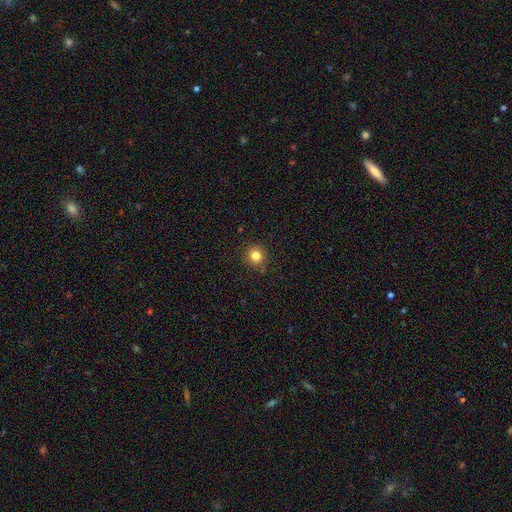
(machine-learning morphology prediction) Smooth or featured?
  - smooth: 82% *
  - star or artifact: 13%
  - featured or disk: 6%
How rounded?
  - round: 90% *
  - in between: 9%
  - cigar-shaped: 1%
Merging?
  - none: 88% *
  - minor disturbance: 8%
  - major disturbance: 2%
  - merger: 2%